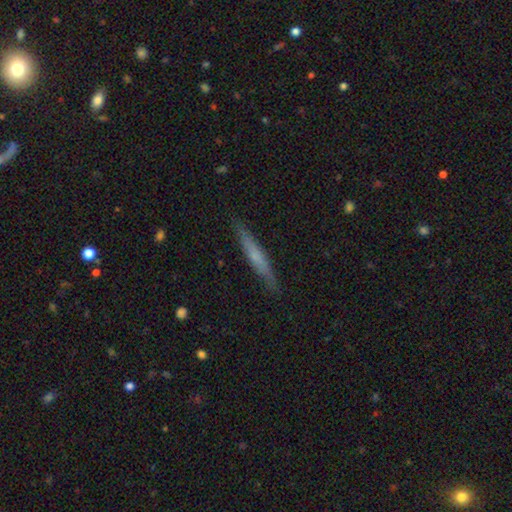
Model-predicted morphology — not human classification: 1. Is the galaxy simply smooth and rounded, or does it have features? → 51% smooth, 43% featured or disk, 6% star or artifact.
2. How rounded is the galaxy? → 95% cigar-shaped, 4% in between, 2% round.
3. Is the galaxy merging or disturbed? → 88% none, 9% minor disturbance, 2% major disturbance, 1% merger.